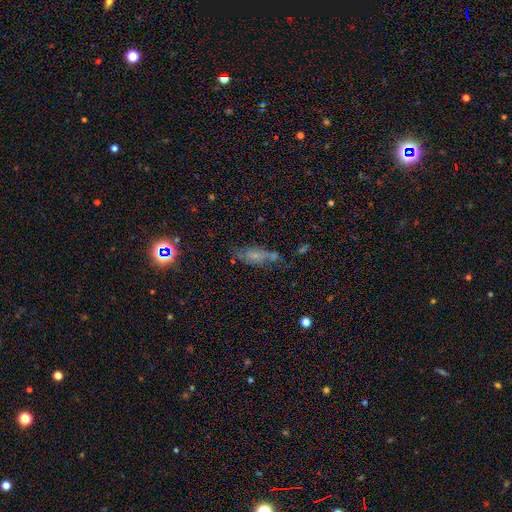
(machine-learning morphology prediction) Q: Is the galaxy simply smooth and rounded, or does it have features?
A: smooth — 54%.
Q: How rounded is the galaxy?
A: in between — 71%.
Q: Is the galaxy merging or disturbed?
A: none — 51%.